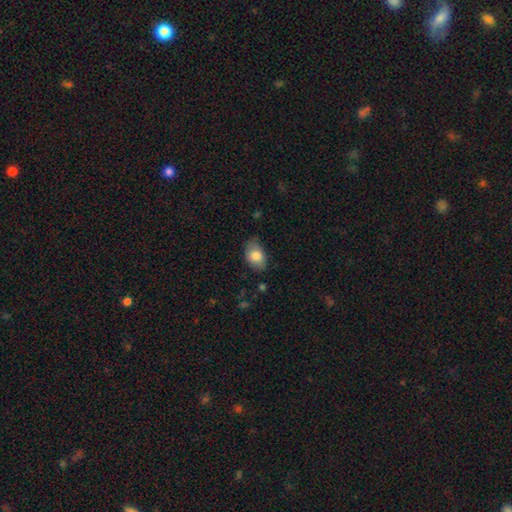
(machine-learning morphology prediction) type=smooth (80%); roundness=in between (86%); merging=none (71%).